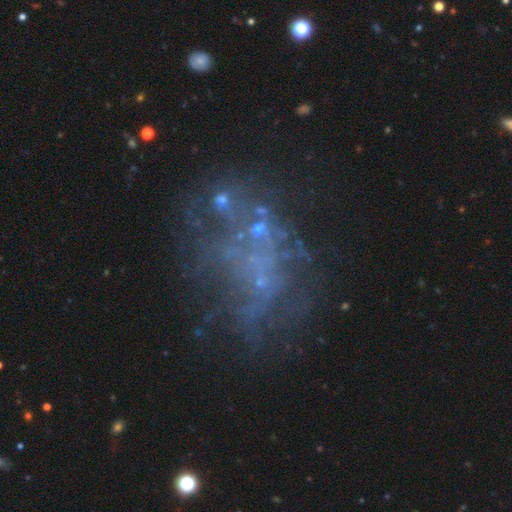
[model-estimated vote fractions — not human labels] Q: Smooth or featured?
A: featured or disk (51%); runner-up: star or artifact (31%)
Q: Edge-on disk?
A: no (98%); runner-up: yes (2%)
Q: Merging?
A: none (47%); runner-up: major disturbance (27%)